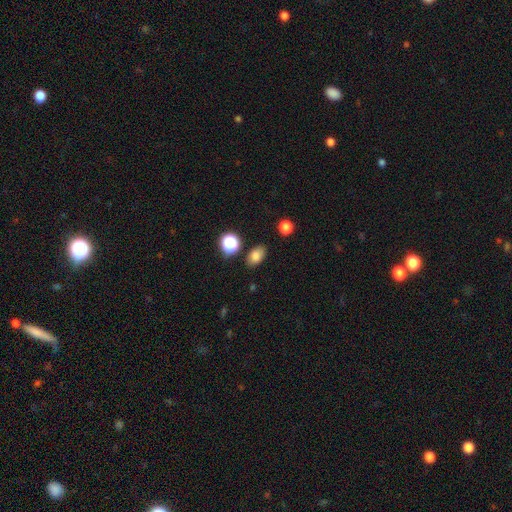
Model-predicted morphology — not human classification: smooth_or_featured: smooth (p=0.81) [alt: star or artifact p=0.12]
how_rounded: in between (p=0.84) [alt: round p=0.14]
merging: none (p=0.83) [alt: minor disturbance p=0.12]